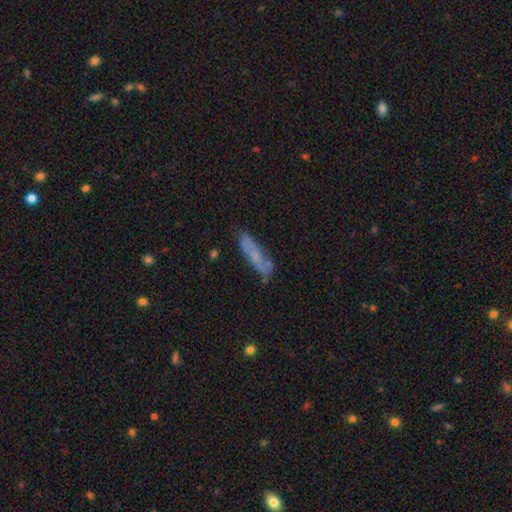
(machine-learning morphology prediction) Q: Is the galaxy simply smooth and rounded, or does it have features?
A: smooth — 58%.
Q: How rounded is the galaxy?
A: cigar-shaped — 71%.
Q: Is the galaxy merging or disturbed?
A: none — 66%.